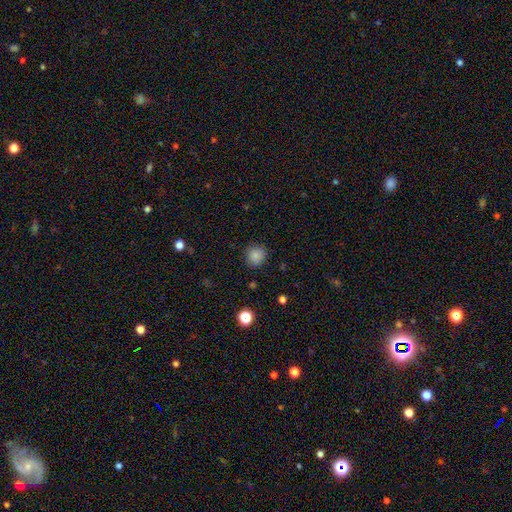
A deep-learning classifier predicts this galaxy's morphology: The model was most divided on "smooth or featured": smooth: 86%, star or artifact: 11%, featured or disk: 4%. More confident: how rounded — round (89%); merging — none (87%).